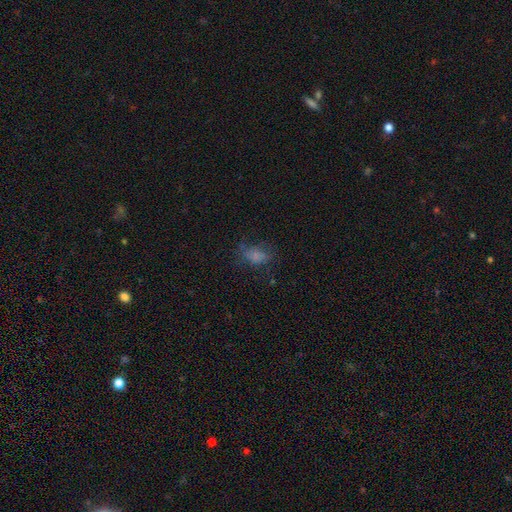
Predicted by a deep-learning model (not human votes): Morphology: type=smooth (60%); roundness=in between (78%); merging=none (46%).